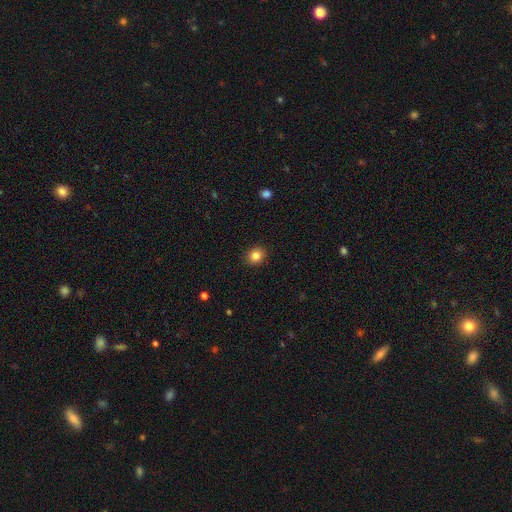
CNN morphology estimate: A smooth galaxy with no disk features (85%) that is round (76%). Merging: none (90%).